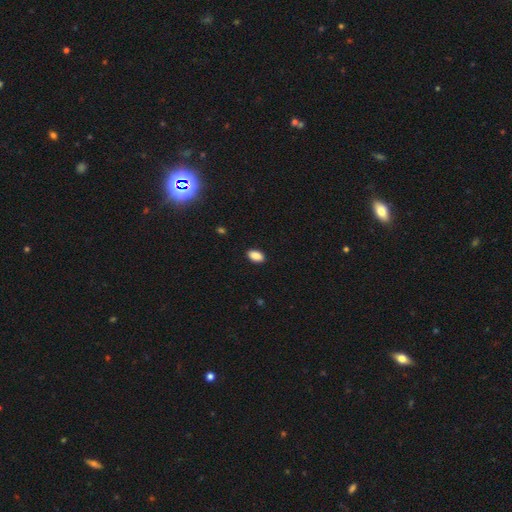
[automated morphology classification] smooth_or_featured: smooth (p=0.89) [alt: star or artifact p=0.08]
how_rounded: in between (p=0.92) [alt: round p=0.06]
merging: none (p=0.89) [alt: minor disturbance p=0.08]